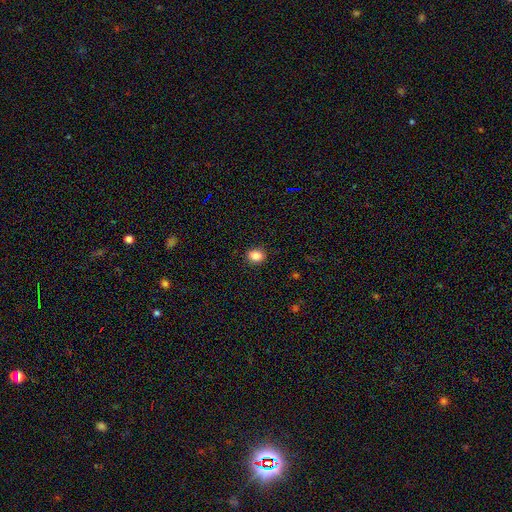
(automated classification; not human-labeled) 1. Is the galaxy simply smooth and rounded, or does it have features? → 87% smooth, 10% star or artifact, 4% featured or disk.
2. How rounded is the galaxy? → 55% in between, 44% round, 1% cigar-shaped.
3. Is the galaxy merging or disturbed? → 88% none, 8% minor disturbance, 2% major disturbance, 1% merger.